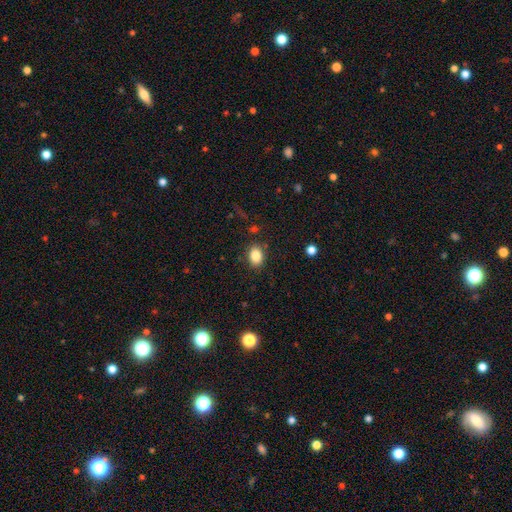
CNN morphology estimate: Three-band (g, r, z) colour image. It shows a smooth galaxy with no disk features (85%) that is in between round and cigar-shaped (74%). Merging: none (85%).